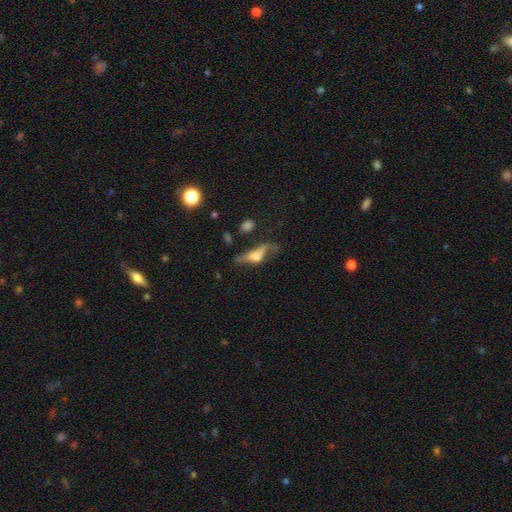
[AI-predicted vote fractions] Smooth or featured?
  - featured or disk: 50% *
  - smooth: 39%
  - star or artifact: 11%
Merging?
  - none: 35% *
  - major disturbance: 33%
  - minor disturbance: 22%
  - merger: 9%